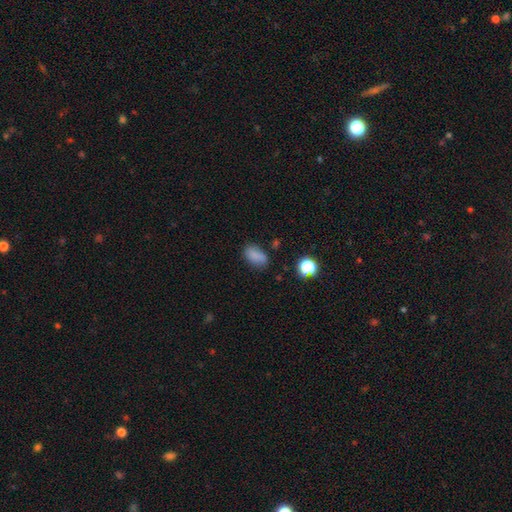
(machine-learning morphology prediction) Smooth or featured? smooth (80%)
How rounded? in between (87%)
Merging? none (70%)